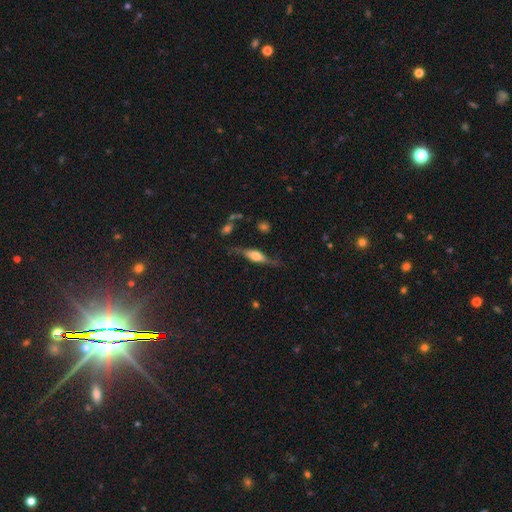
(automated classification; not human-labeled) Smooth or featured: featured or disk — 62% (smooth — 31%)
Edge-on disk: yes — 86% (no — 14%)
Edge-on bulge: rounded — 77% (boxy — 19%)
Merging: none — 68% (minor disturbance — 21%)